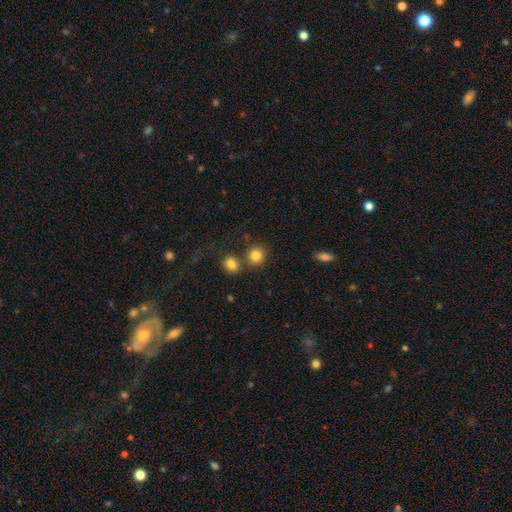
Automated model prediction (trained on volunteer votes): This is clearly a smooth galaxy (83%). How rounded: clearly round (84%). Merging: likely none (69%).